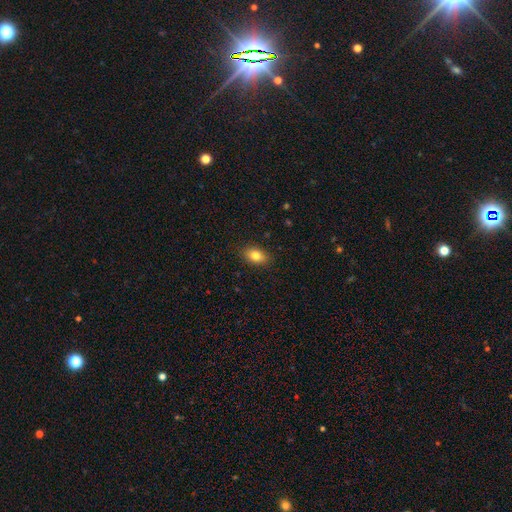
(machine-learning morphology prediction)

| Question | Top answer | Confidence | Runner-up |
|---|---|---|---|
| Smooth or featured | smooth | 82% | featured or disk (9%) |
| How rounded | in between | 81% | round (17%) |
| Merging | none | 87% | minor disturbance (10%) |